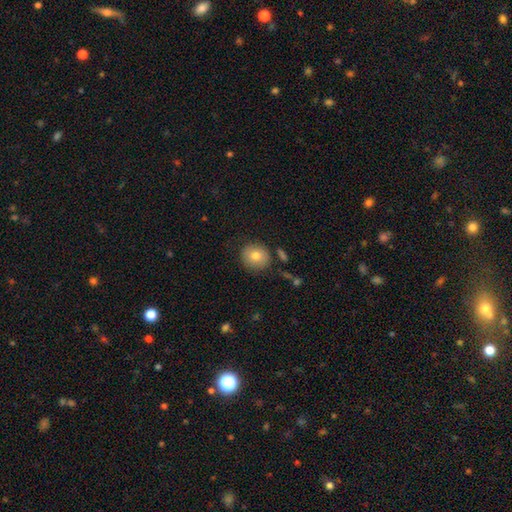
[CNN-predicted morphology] A smooth galaxy with no disk features (78%) that is round (85%).

Vote fractions:
- Smooth or featured? smooth: 78% / featured or disk: 12% / star or artifact: 9%
- How rounded? round: 85% / in between: 14% / cigar-shaped: 1%
- Merging? none: 84% / minor disturbance: 10% / merger: 3% / major disturbance: 3%